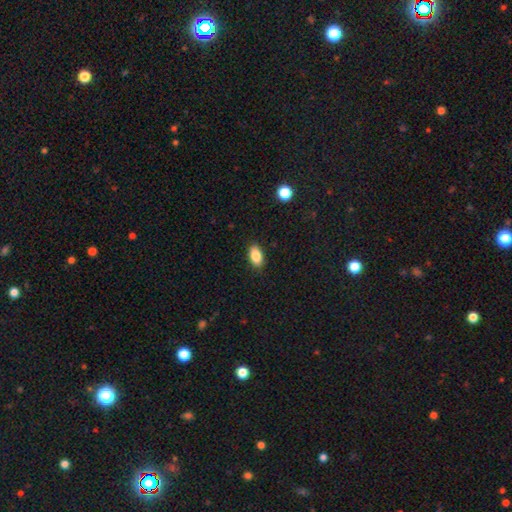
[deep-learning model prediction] This is clearly a smooth galaxy (86%). How rounded: clearly in between (91%). Merging: clearly none (88%).